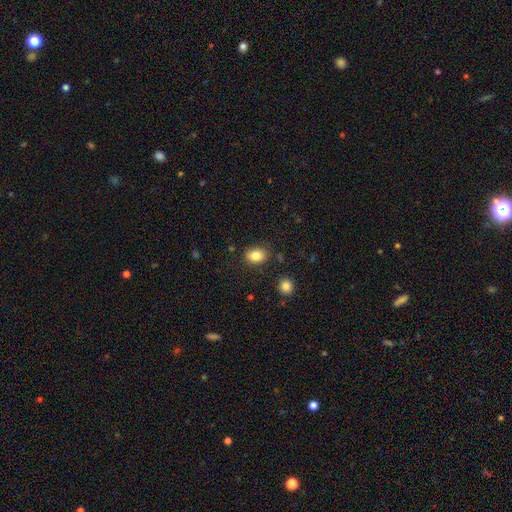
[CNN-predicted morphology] Smooth or featured? smooth (84%)
How rounded? in between (65%)
Merging? none (84%)